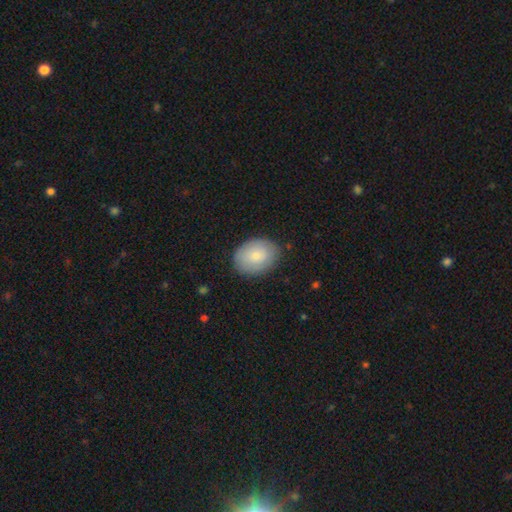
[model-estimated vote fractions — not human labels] Smooth or featured: smooth — 80% (featured or disk — 13%)
How rounded: in between — 70% (round — 29%)
Merging: none — 83% (minor disturbance — 13%)